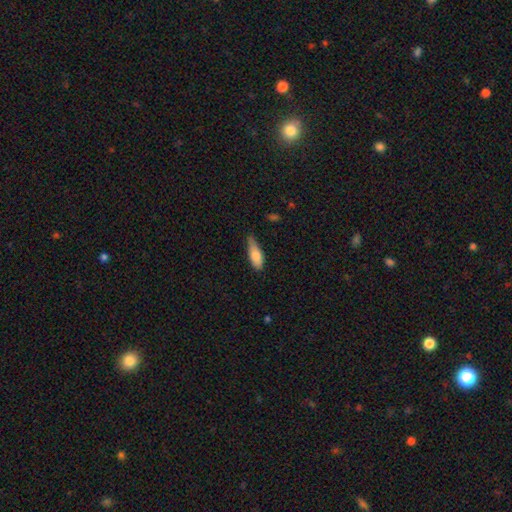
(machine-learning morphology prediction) Q: Smooth or featured?
A: smooth (78%); runner-up: featured or disk (16%)
Q: How rounded?
A: in between (64%); runner-up: cigar-shaped (33%)
Q: Merging?
A: none (50%); runner-up: minor disturbance (40%)